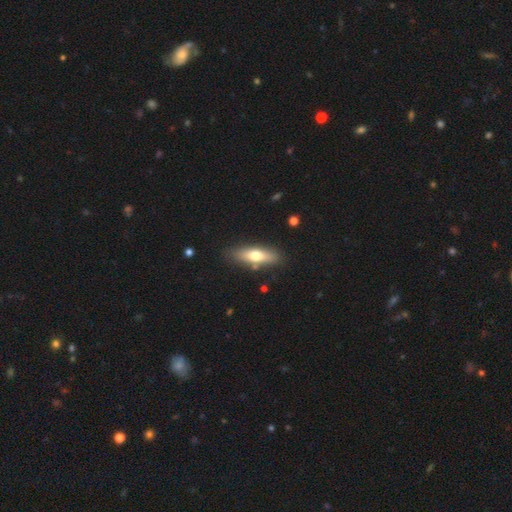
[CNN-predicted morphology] This appears to be a smooth galaxy with no disk features (63%) that is cigar-shaped (51%). Merging: none (83%).